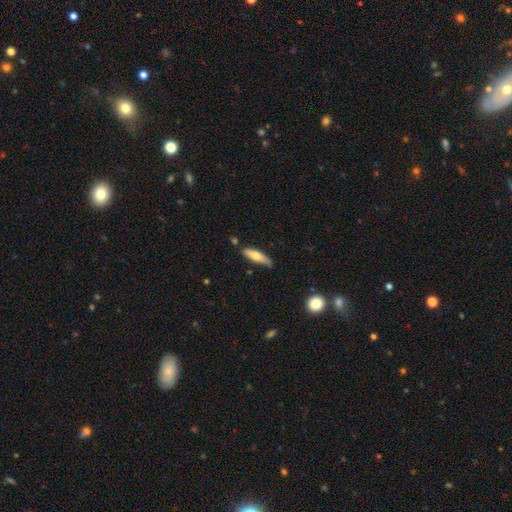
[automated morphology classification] The model was most divided on "smooth or featured": smooth: 63%, featured or disk: 31%, star or artifact: 6%. More confident: merging — none (75%); how rounded — cigar-shaped (67%).